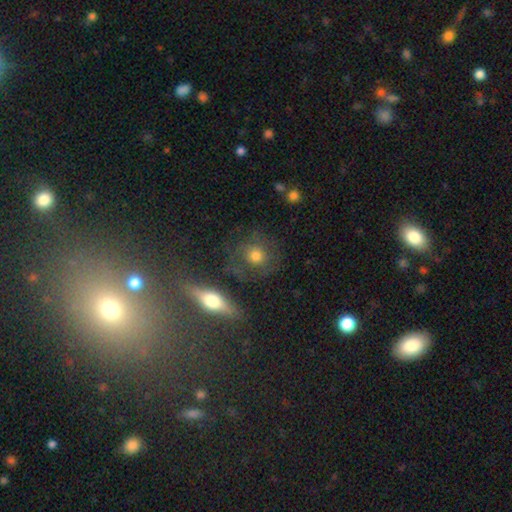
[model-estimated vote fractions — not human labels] smooth 52%, featured or disk 33%, star or artifact 14%. Down the decision tree: how rounded — round (83%); merging — none (70%).